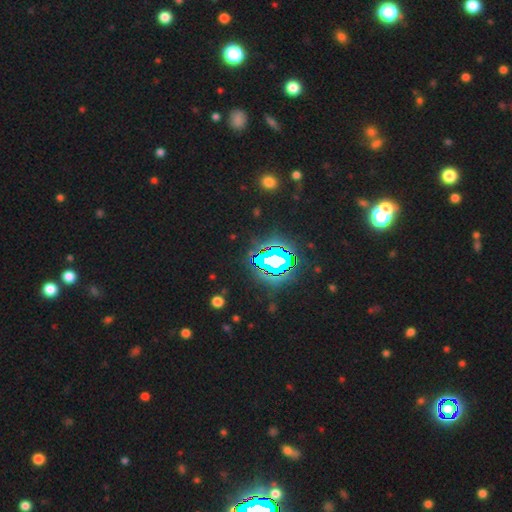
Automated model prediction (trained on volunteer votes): smooth_or_featured: star or artifact (p=0.84) [alt: smooth p=0.09]